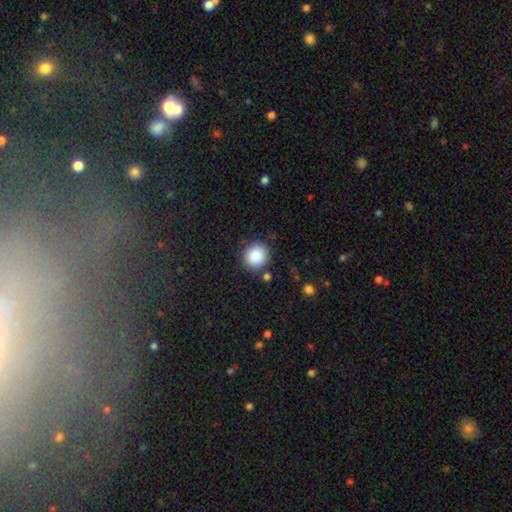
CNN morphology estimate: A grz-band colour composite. It shows a smooth galaxy with no disk features (87%) that is round (88%). Merging: none (86%).